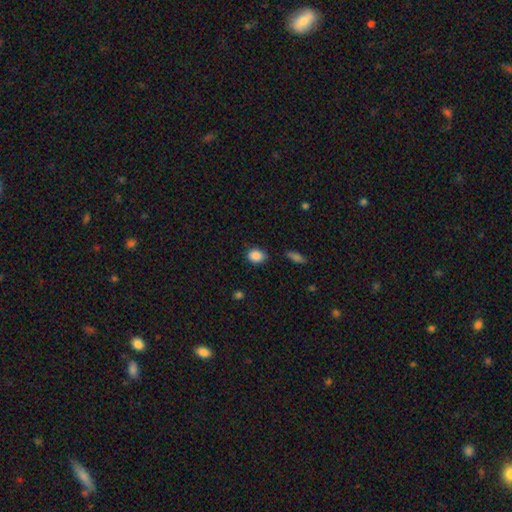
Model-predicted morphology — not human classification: Smooth or featured?
  - smooth: 88% *
  - star or artifact: 9%
  - featured or disk: 4%
How rounded?
  - in between: 55% *
  - round: 44%
  - cigar-shaped: 1%
Merging?
  - none: 80% *
  - minor disturbance: 15%
  - major disturbance: 3%
  - merger: 2%